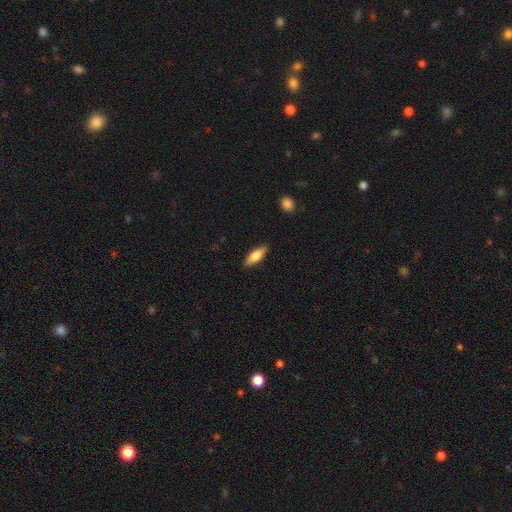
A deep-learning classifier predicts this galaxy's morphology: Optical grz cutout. It shows a smooth galaxy with no disk features (72%) that is in between round and cigar-shaped (57%). Merging: none (87%).